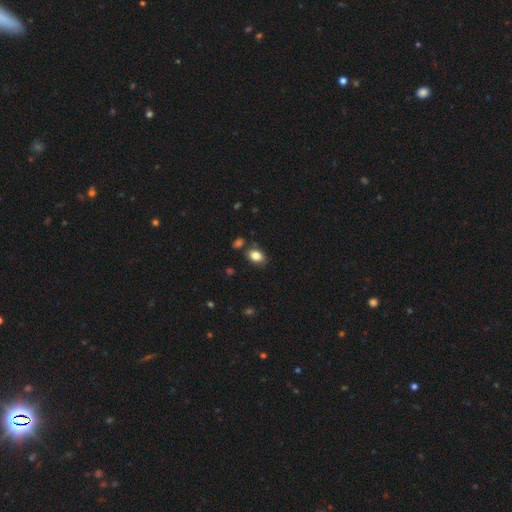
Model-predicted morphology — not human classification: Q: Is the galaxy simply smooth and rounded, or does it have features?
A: smooth — 84%.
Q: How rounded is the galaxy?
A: in between — 79%.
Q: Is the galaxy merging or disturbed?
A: none — 78%.